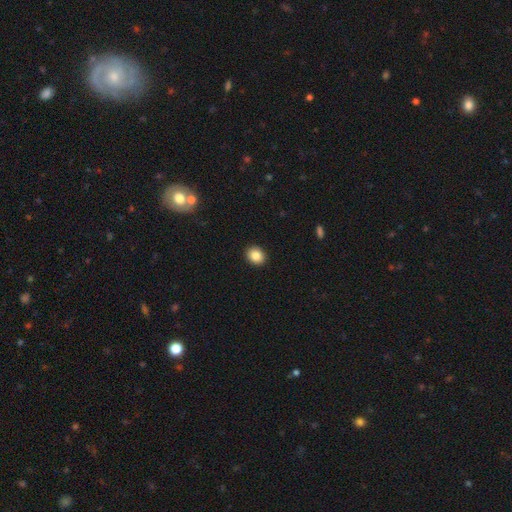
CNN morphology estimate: Smooth or featured? smooth (85%)
How rounded? round (61%)
Merging? none (92%)